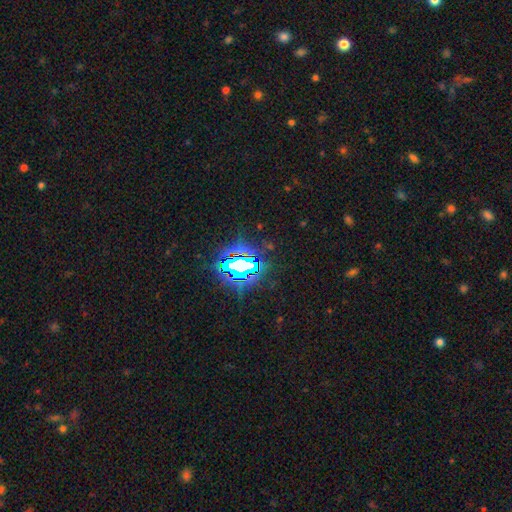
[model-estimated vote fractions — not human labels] smooth-or-featured: star or artifact: 82% | smooth: 11% | featured or disk: 7%